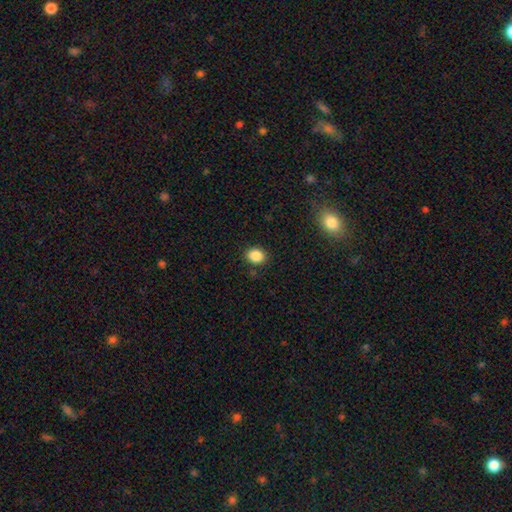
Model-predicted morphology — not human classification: Smooth or featured?
  - smooth: 87% *
  - star or artifact: 10%
  - featured or disk: 4%
How rounded?
  - round: 55% *
  - in between: 44%
  - cigar-shaped: 1%
Merging?
  - none: 87% *
  - minor disturbance: 8%
  - major disturbance: 2%
  - merger: 2%